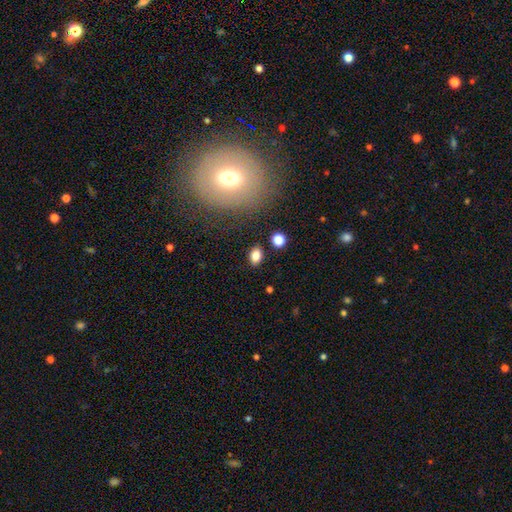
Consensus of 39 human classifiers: Volunteers were most divided on "how rounded": in between: 75%, round: 25%, cigar-shaped: 0%. More confident: smooth or featured — smooth (82%); merging — none (74%).